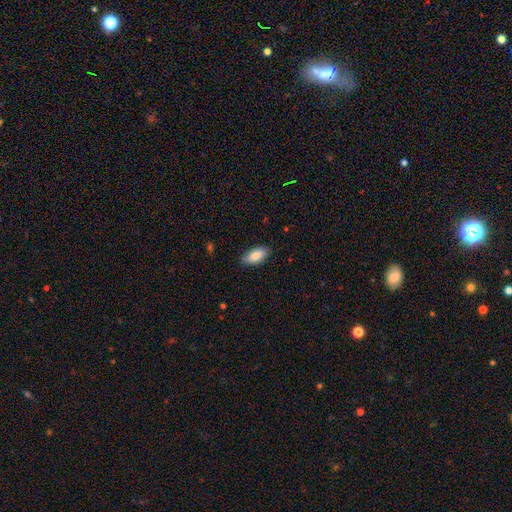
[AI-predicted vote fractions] Overall: smooth (84%). How rounded: in between (88%). Merging: none (86%).